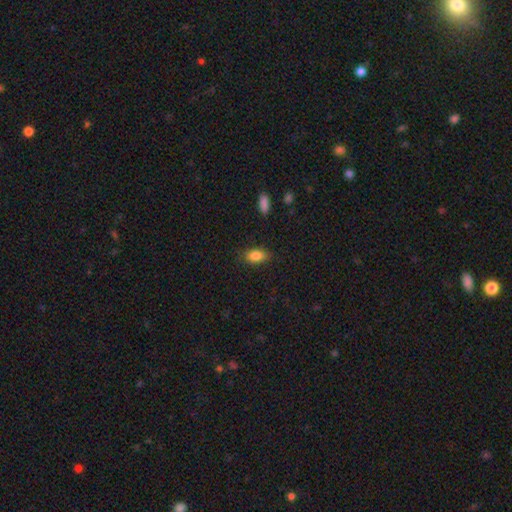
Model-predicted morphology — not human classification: Overall: smooth (85%). How rounded: in between (88%). Merging: none (81%).